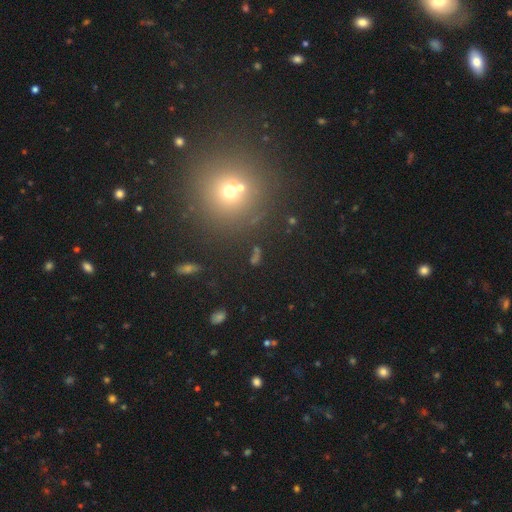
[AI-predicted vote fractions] smooth-or-featured: star or artifact: 50% | smooth: 36% | featured or disk: 14%